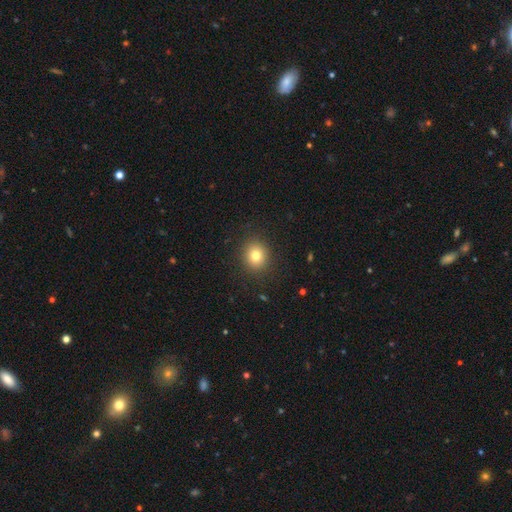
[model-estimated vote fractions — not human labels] Morphology: type=smooth (78%); roundness=round (84%); merging=none (90%).